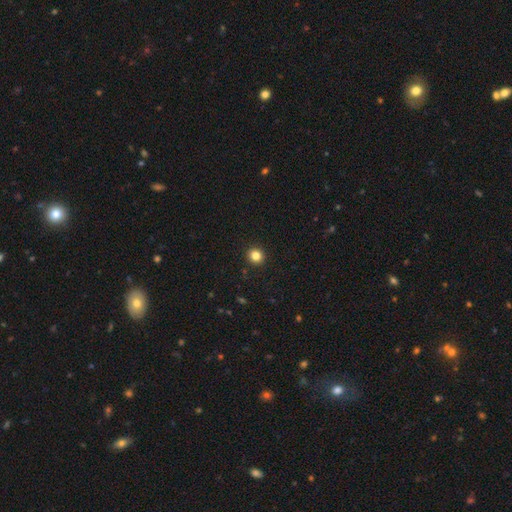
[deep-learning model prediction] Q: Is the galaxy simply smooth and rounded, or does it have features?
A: smooth — 83%.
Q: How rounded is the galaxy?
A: round — 89%.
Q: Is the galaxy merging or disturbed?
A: none — 93%.